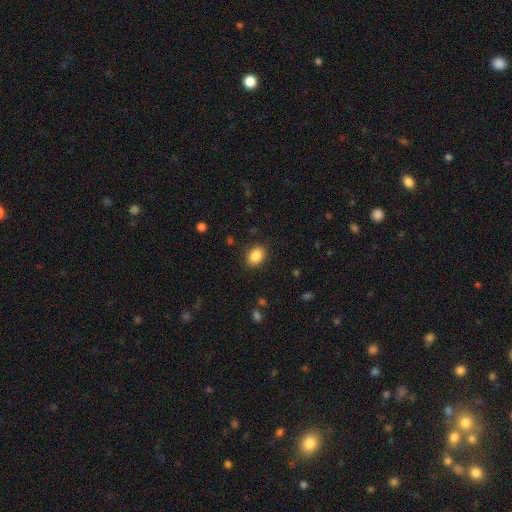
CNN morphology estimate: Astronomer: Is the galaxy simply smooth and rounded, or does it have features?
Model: smooth — 88%.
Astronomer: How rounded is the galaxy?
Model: in between — 72%.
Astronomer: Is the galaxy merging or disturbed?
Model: none — 88%.